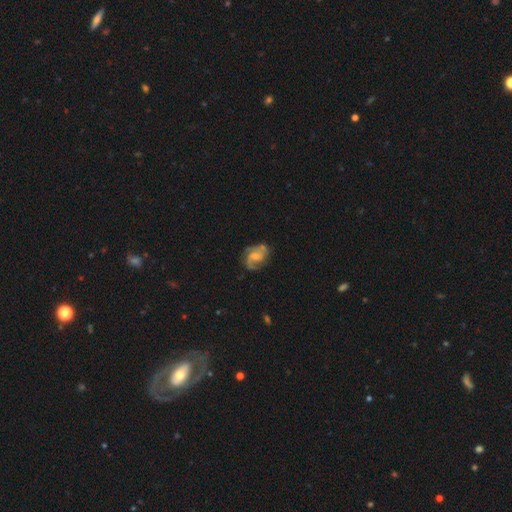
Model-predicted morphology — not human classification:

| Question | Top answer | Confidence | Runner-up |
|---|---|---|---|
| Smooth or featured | featured or disk | 77% | smooth (17%) |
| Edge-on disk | no | 98% | yes (2%) |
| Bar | no | 46% | weak (44%) |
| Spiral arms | yes | 92% | no (8%) |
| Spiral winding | medium | 51% | loose (27%) |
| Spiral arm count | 2 | 76% | can't tell (9%) |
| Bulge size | small | 37% | moderate (35%) |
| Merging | none | 62% | minor disturbance (21%) |